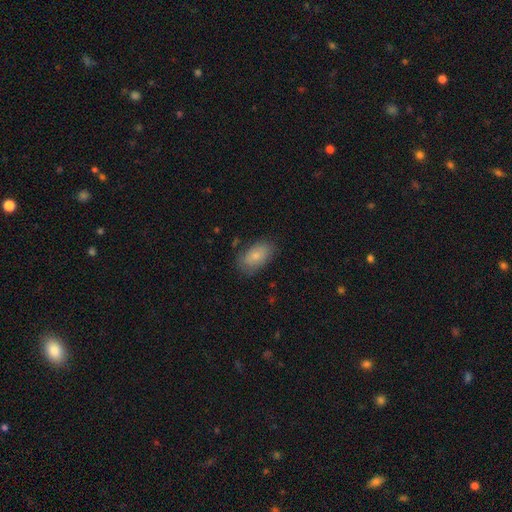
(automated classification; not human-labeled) Smooth or featured? smooth (78%)
How rounded? in between (92%)
Merging? none (75%)